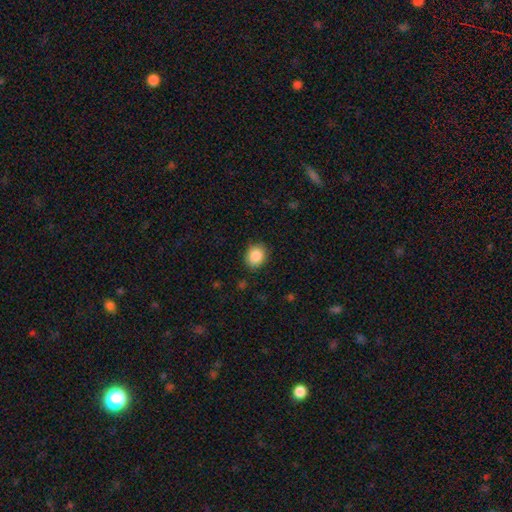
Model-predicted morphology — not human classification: Smooth or featured? smooth (87%)
How rounded? round (63%)
Merging? none (85%)